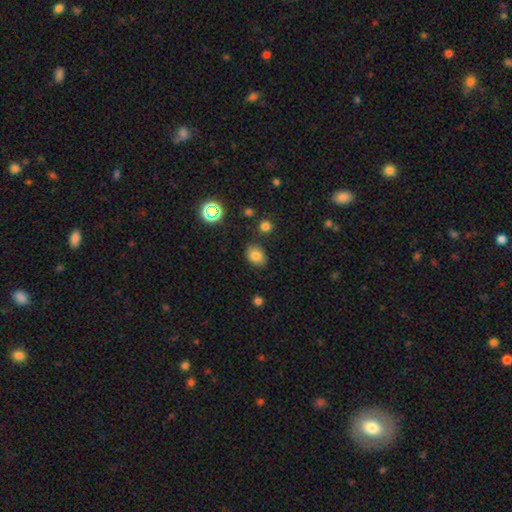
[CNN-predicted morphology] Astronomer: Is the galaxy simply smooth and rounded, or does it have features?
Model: smooth — 78%.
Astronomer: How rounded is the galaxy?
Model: in between — 56% (runner-up: round, 43%).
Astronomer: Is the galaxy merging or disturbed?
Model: none — 80%.